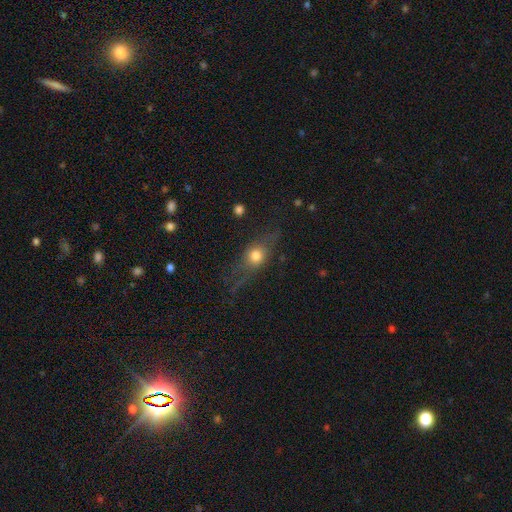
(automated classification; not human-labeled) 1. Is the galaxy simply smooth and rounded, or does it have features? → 56% smooth, 31% featured or disk, 13% star or artifact.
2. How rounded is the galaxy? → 42% in between, 38% round, 20% cigar-shaped.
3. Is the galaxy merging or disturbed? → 65% none, 19% minor disturbance, 13% major disturbance, 2% merger.